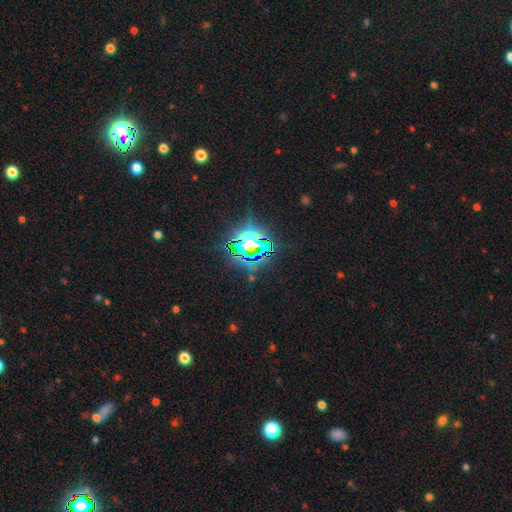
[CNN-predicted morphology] Q: Smooth or featured?
A: star or artifact (80%); runner-up: smooth (11%)